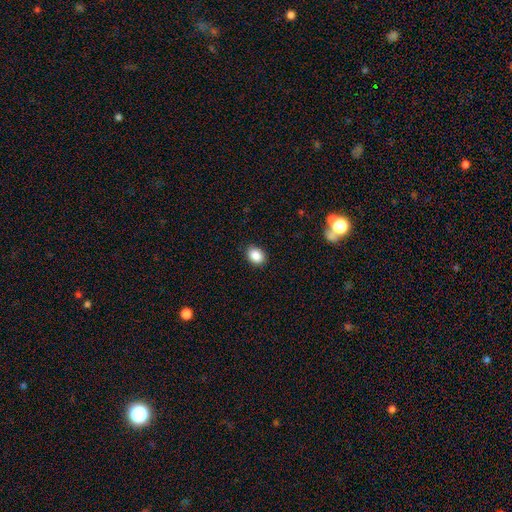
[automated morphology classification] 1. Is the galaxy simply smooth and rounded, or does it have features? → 88% smooth, 9% star or artifact, 4% featured or disk.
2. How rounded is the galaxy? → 64% in between, 35% round, 1% cigar-shaped.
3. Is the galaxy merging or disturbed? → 89% none, 8% minor disturbance, 2% major disturbance, 1% merger.